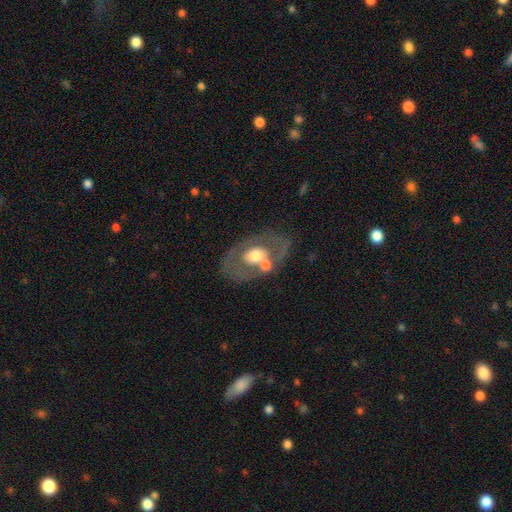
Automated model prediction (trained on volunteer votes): smooth_or_featured: featured or disk (p=0.55) [alt: smooth p=0.37]
disk_edge_on: no (p=0.92) [alt: yes p=0.08]
bar: no (p=0.86) [alt: weak p=0.10]
has_spiral_arms: no (p=0.86) [alt: yes p=0.14]
bulge_size: moderate (p=0.60) [alt: large p=0.26]
merging: none (p=0.54) [alt: merger p=0.22]